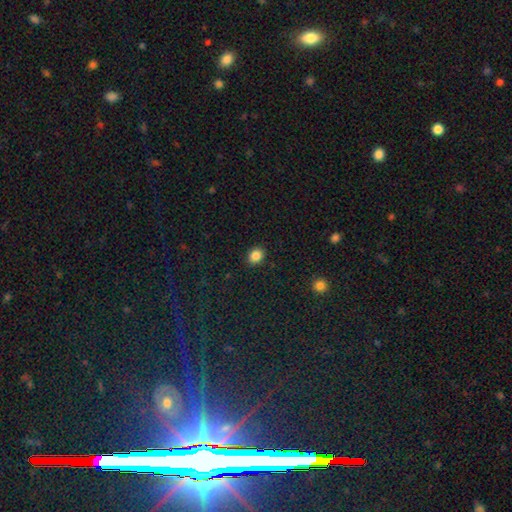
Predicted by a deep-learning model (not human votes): This is clearly a smooth galaxy (85%). How rounded: possibly round (59%). Merging: clearly none (90%).